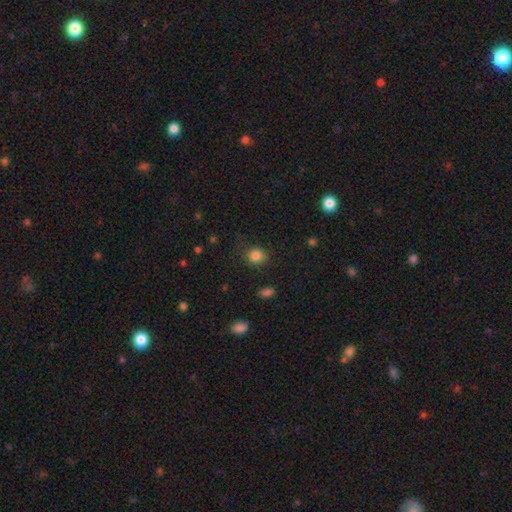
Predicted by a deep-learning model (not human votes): smooth_or_featured: smooth (p=0.84) [alt: star or artifact p=0.11]
how_rounded: round (p=0.81) [alt: in between p=0.18]
merging: none (p=0.80) [alt: minor disturbance p=0.14]